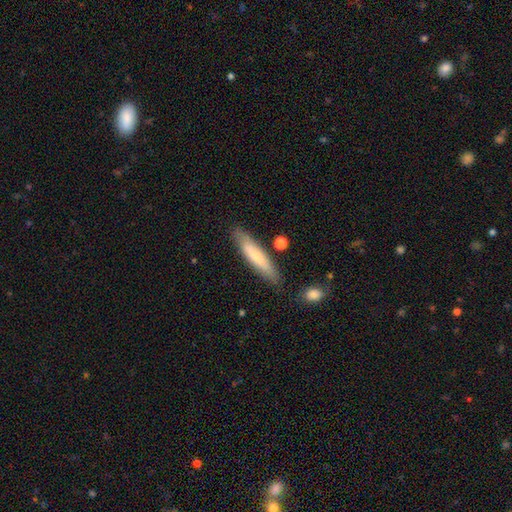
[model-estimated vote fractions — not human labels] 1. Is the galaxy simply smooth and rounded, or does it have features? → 71% smooth, 23% featured or disk, 6% star or artifact.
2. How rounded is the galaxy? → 85% cigar-shaped, 14% in between, 1% round.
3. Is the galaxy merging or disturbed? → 83% none, 12% minor disturbance, 3% merger, 2% major disturbance.